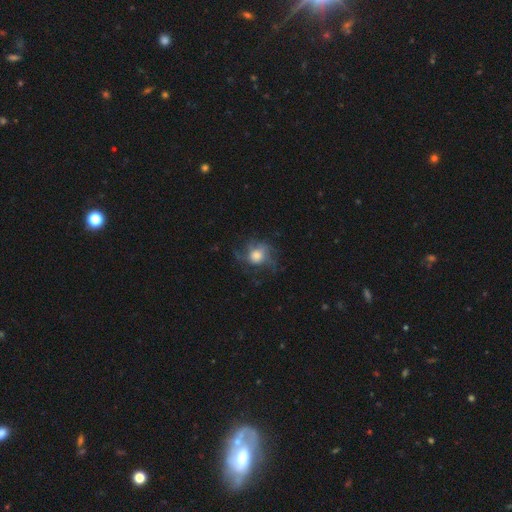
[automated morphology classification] This is possibly a featured or disk galaxy (50%). Merging: possibly none (56%).